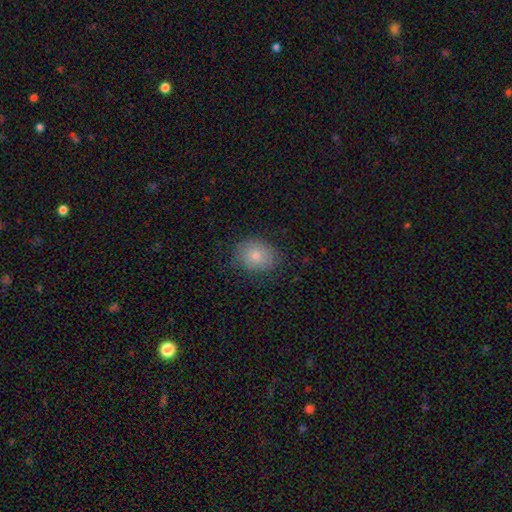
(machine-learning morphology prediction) A smooth galaxy with no disk features (77%) that is round (52%).

Vote fractions:
- Smooth or featured? smooth: 77% / featured or disk: 13% / star or artifact: 11%
- How rounded? round: 52% / in between: 47% / cigar-shaped: 1%
- Merging? none: 80% / minor disturbance: 15% / major disturbance: 4% / merger: 1%